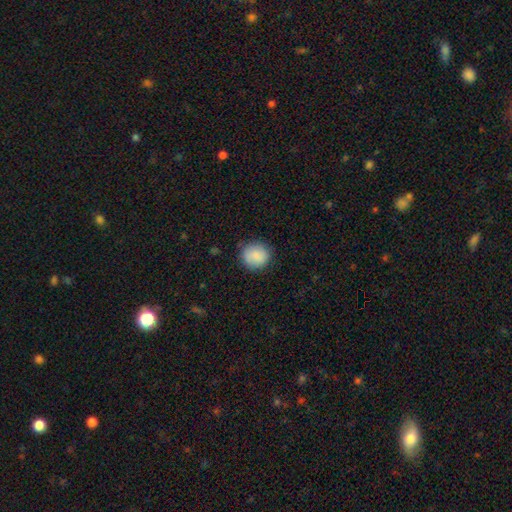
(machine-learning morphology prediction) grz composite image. It shows a smooth galaxy with no disk features (88%) that is round (88%). Merging: none (84%).